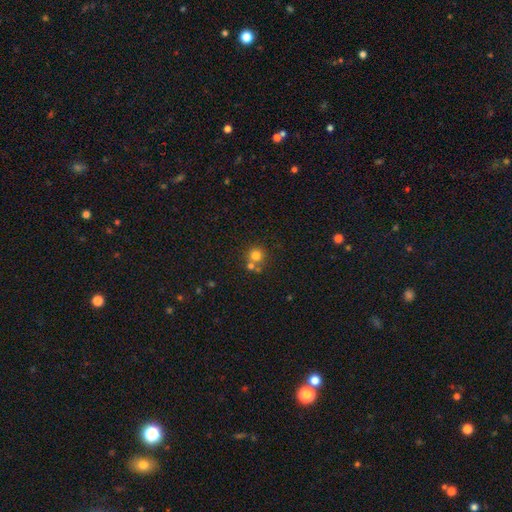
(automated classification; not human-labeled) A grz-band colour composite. It shows a smooth galaxy with no disk features (76%) that is round (91%). Merging: none (57%).